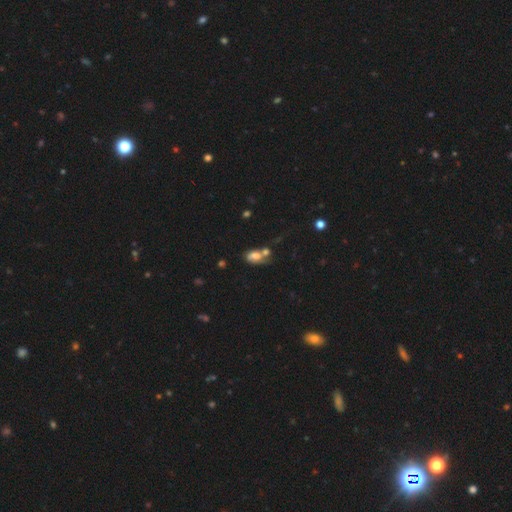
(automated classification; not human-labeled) Smooth or featured: smooth — 68% (featured or disk — 20%)
How rounded: in between — 83% (round — 14%)
Merging: merger — 50% (none — 27%)